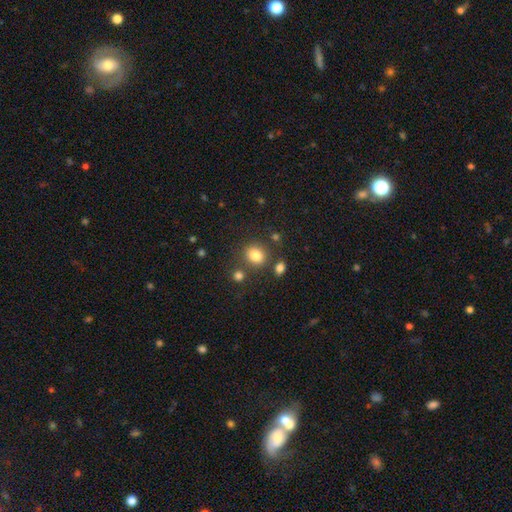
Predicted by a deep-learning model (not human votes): Smooth or featured? Predicted: smooth (p=0.83). How rounded? Predicted: round (p=0.59). Merging? Predicted: none (p=0.75).